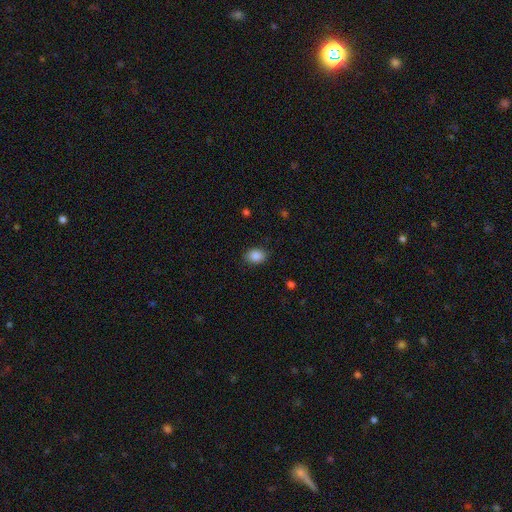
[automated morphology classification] This is clearly a smooth galaxy (87%). How rounded: likely in between (68%). Merging: clearly none (86%).